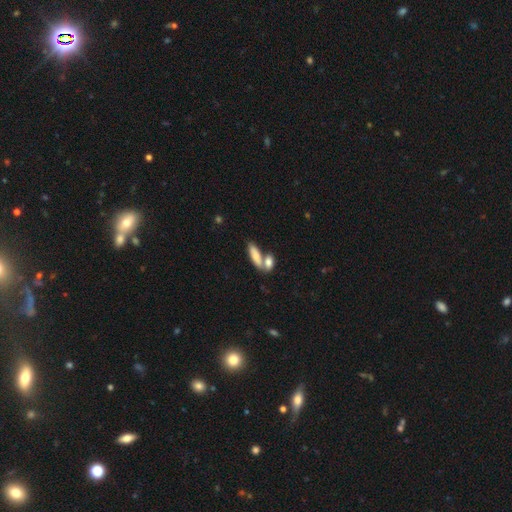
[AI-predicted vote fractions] Smooth or featured? smooth (76%)
How rounded? in between (65%)
Merging? merger (53%)